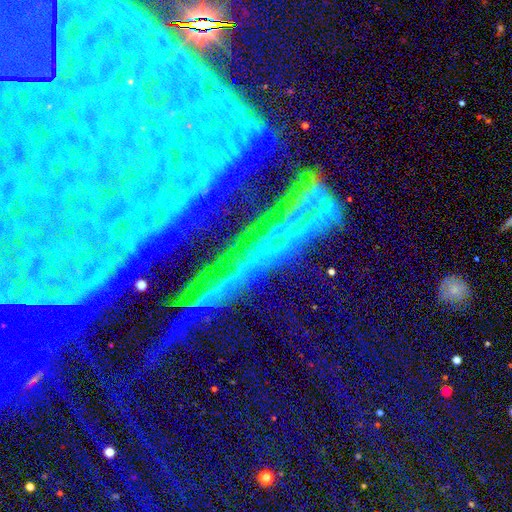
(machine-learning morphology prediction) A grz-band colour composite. It shows a star or artifact, not a galaxy (73%).